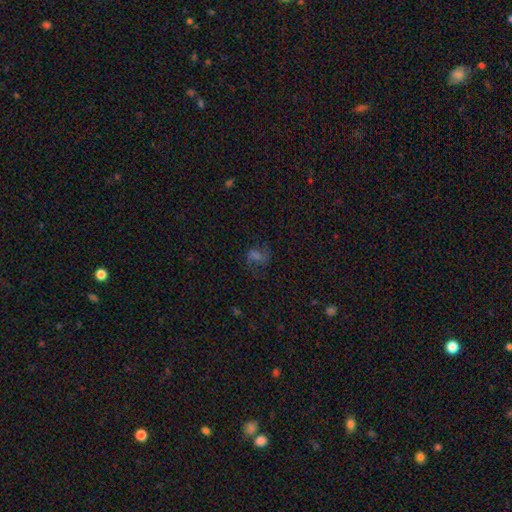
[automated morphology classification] Smooth or featured? Predicted: featured or disk (p=0.37). Merging? Predicted: none (p=0.62).